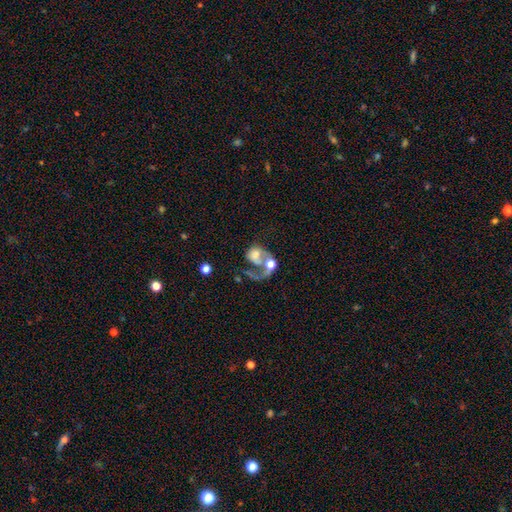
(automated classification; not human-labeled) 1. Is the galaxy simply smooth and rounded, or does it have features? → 52% featured or disk, 37% smooth, 11% star or artifact.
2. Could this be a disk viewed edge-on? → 97% no, 3% yes.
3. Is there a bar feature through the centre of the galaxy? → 81% no, 15% weak, 4% strong.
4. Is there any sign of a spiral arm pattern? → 51% yes, 49% no.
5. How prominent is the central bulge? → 37% moderate, 20% large, 19% none, 17% small, 7% dominant.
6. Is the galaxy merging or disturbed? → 46% merger, 33% major disturbance, 14% none, 7% minor disturbance.